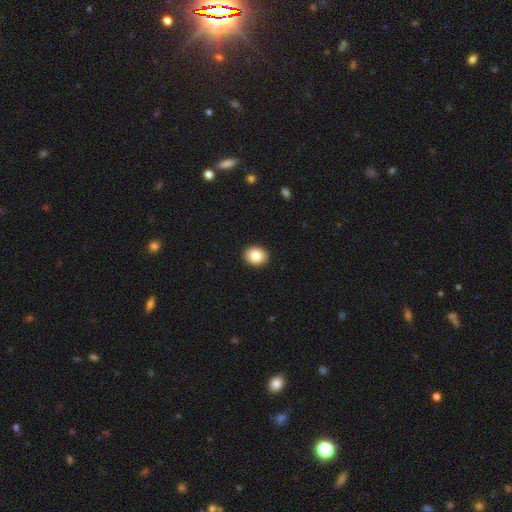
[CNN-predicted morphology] This appears to be a smooth galaxy with no disk features (85%) that is round (56%). Merging: none (92%).